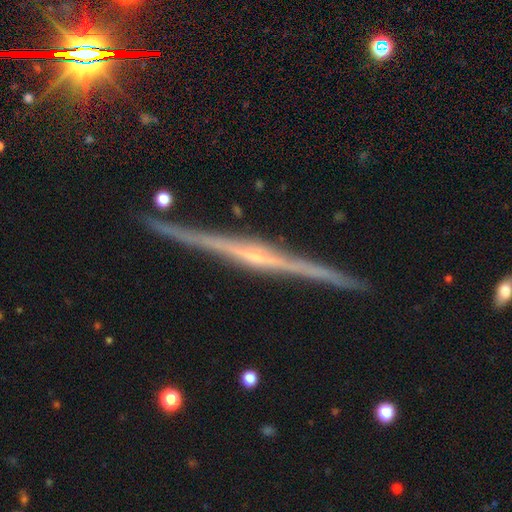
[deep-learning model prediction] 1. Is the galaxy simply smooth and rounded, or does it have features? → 87% featured or disk, 7% star or artifact, 6% smooth.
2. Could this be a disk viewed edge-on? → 98% yes, 2% no.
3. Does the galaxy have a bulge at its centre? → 68% rounded, 20% none, 12% boxy.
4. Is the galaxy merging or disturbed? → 92% none, 6% minor disturbance, 1% merger, 1% major disturbance.